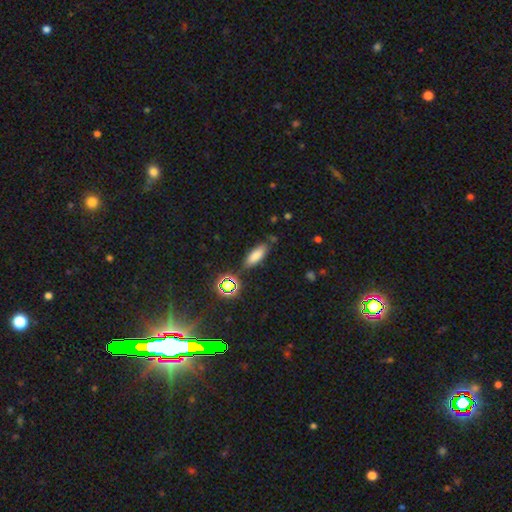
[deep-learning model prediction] Smooth or featured? smooth (75%)
How rounded? in between (66%)
Merging? none (77%)